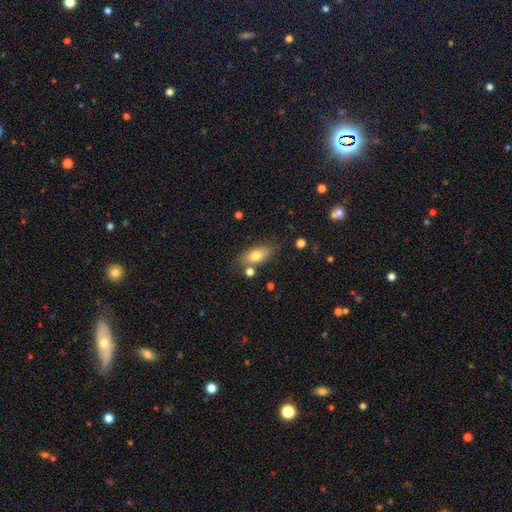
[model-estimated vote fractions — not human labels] smooth 74%, featured or disk 18%, star or artifact 8%. Down the decision tree: how rounded — in between (81%); merging — none (73%).